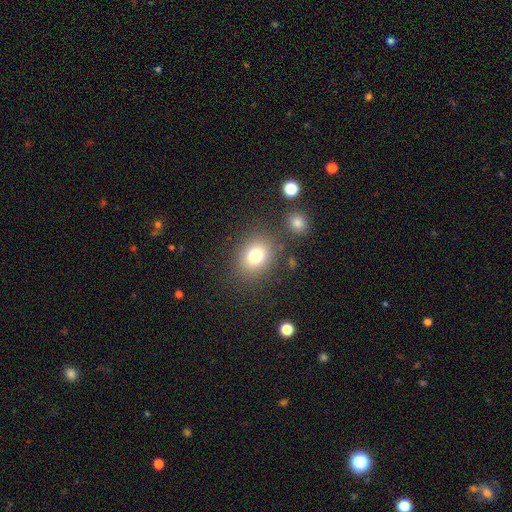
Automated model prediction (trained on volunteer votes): Morphology: type=smooth (77%); roundness=round (60%); merging=none (80%).